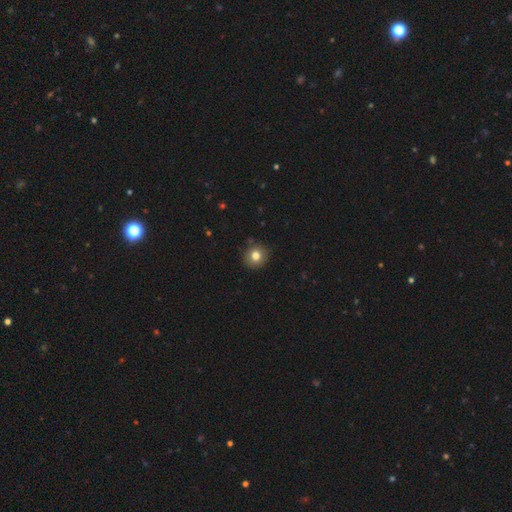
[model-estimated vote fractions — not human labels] The model was most divided on "smooth or featured": smooth: 79%, star or artifact: 11%, featured or disk: 10%. More confident: how rounded — round (89%); merging — none (88%).